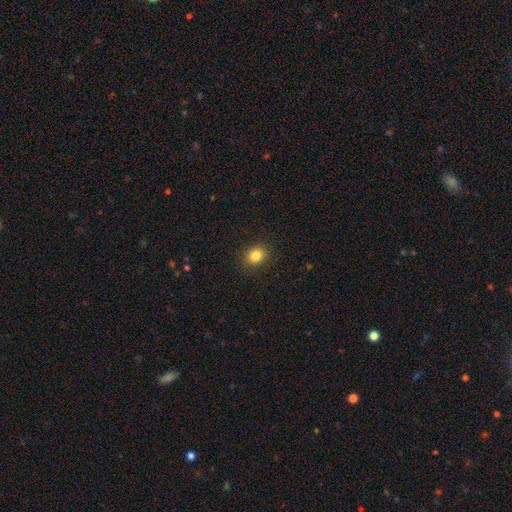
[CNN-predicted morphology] Smooth or featured? smooth (83%)
How rounded? round (51%)
Merging? none (89%)